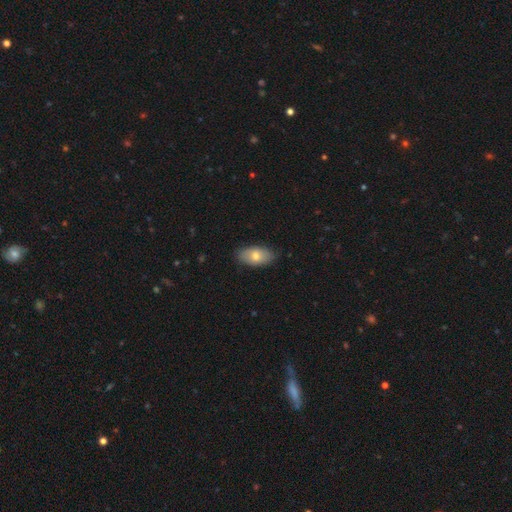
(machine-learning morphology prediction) smooth 72%, featured or disk 21%, star or artifact 7%. Down the decision tree: how rounded — in between (92%); merging — none (85%).